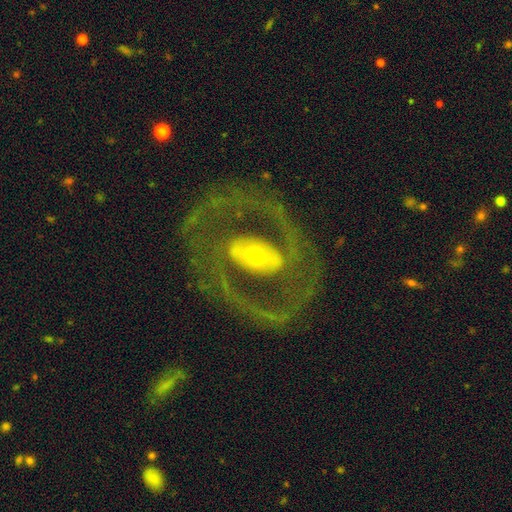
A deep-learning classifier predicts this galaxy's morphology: Q: Smooth or featured?
A: featured or disk (83%); runner-up: smooth (10%)
Q: Edge-on disk?
A: no (95%); runner-up: yes (5%)
Q: Bar?
A: strong (34%); tied with: no (34%)
Q: Spiral arms?
A: yes (82%); runner-up: no (18%)
Q: Spiral winding?
A: medium (47%); runner-up: loose (29%)
Q: Spiral arm count?
A: 2 (83%); runner-up: can't tell (7%)
Q: Bulge size?
A: moderate (55%); runner-up: small (36%)
Q: Merging?
A: none (68%); runner-up: major disturbance (16%)